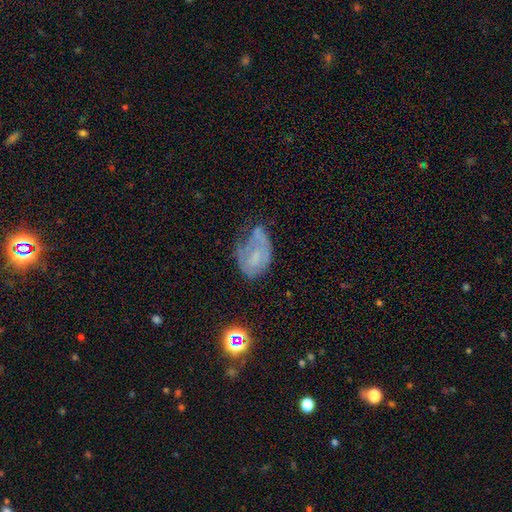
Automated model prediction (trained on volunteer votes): smooth-or-featured: featured or disk: 46% | smooth: 40% | star or artifact: 14%
  merging: minor disturbance: 34% | major disturbance: 31% | none: 29% | merger: 5%